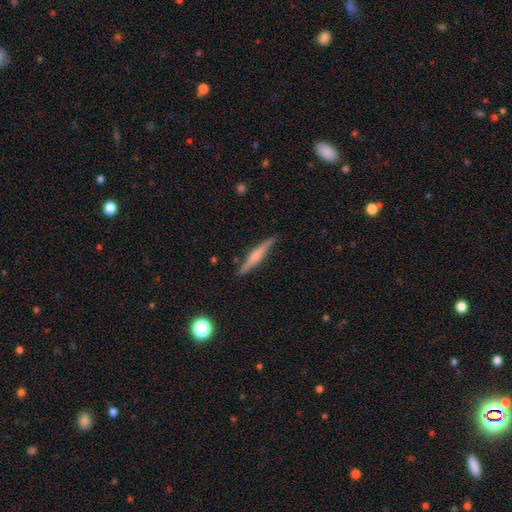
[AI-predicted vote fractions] smooth_or_featured: featured or disk (p=0.60) [alt: smooth p=0.34]
disk_edge_on: yes (p=0.97) [alt: no p=0.03]
edge_on_bulge: rounded (p=0.59) [alt: boxy p=0.23]
merging: none (p=0.87) [alt: minor disturbance p=0.10]